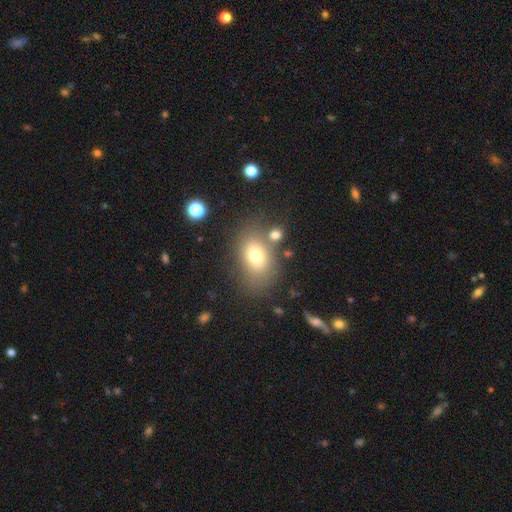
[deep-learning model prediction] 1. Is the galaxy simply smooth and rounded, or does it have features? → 72% smooth, 16% featured or disk, 12% star or artifact.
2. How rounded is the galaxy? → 78% in between, 21% round, 1% cigar-shaped.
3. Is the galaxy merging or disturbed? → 66% none, 15% minor disturbance, 11% merger, 8% major disturbance.